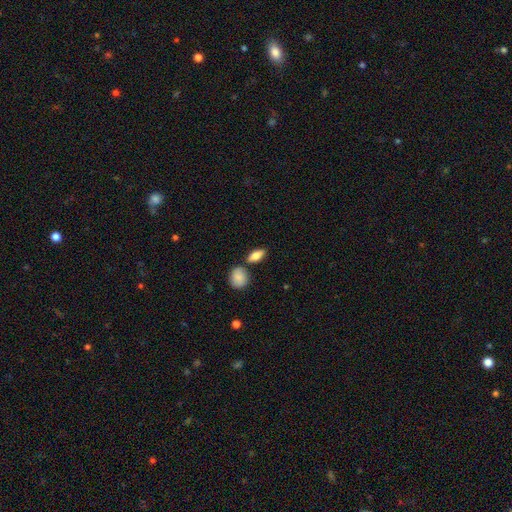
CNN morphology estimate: Smooth or featured? smooth (78%)
How rounded? in between (78%)
Merging? none (76%)